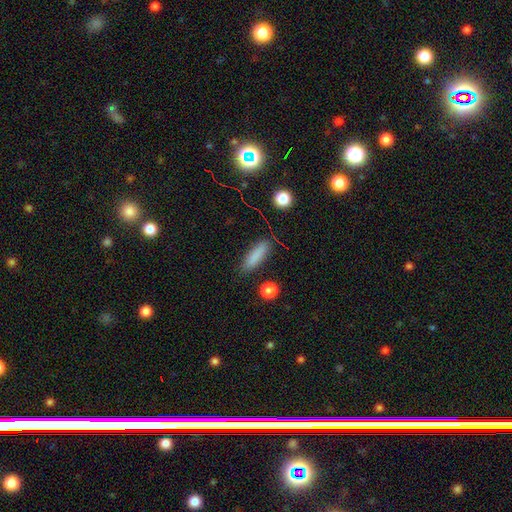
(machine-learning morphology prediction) smooth-or-featured: smooth: 83% | featured or disk: 9% | star or artifact: 8%
  how-rounded: cigar-shaped: 71% | in between: 26% | round: 2%
  merging: none: 83% | minor disturbance: 12% | major disturbance: 3% | merger: 2%